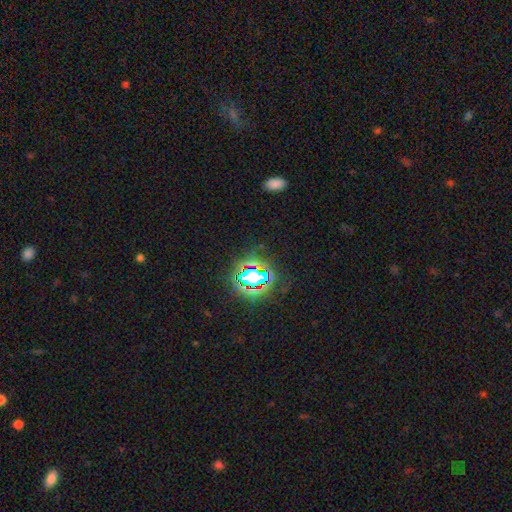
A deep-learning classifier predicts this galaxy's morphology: Smooth or featured?
  - star or artifact: 77% *
  - smooth: 16%
  - featured or disk: 8%